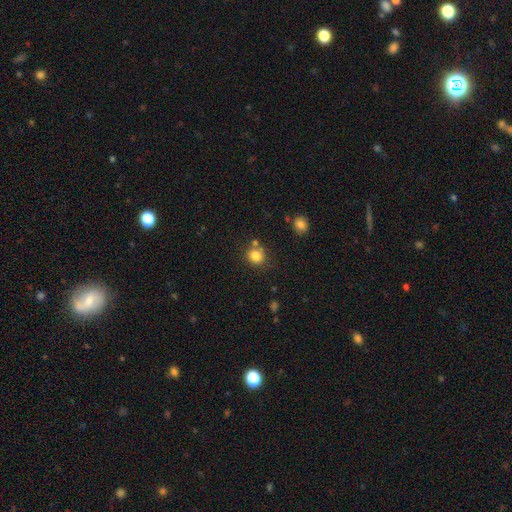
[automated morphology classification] Smooth or featured? smooth (82%)
How rounded? round (84%)
Merging? none (71%)